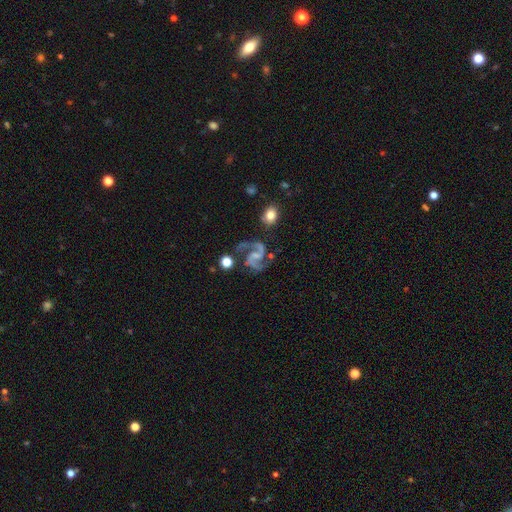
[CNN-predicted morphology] type=featured or disk (92%); edge-on=no (98%); bar=weak (45%); spiral arms=yes (98%); winding=medium (58%); arm count=2 (94%); bulge=small (48%); merging=none (68%).